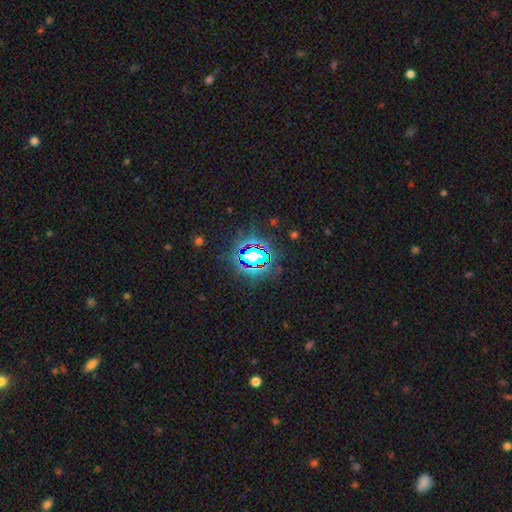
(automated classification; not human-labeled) Smooth or featured? Predicted: star or artifact (p=0.78).